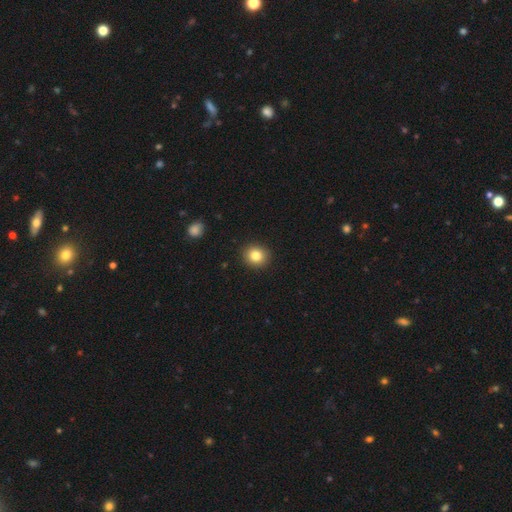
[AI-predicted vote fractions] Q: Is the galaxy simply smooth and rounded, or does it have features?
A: smooth — 83%.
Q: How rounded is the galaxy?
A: round — 83%.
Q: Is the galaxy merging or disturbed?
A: none — 92%.